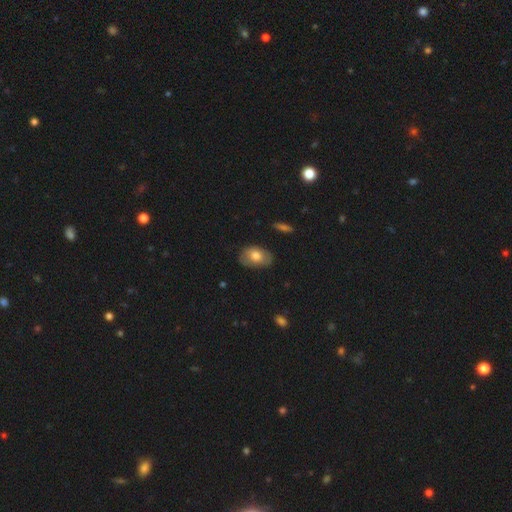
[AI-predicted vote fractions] The model was most divided on "smooth or featured": smooth: 73%, featured or disk: 20%, star or artifact: 7%. More confident: how rounded — in between (85%); merging — none (79%).